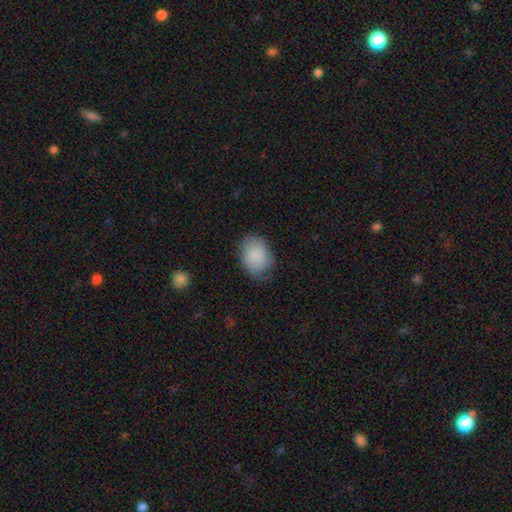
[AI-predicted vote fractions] Q: Smooth or featured?
A: smooth (83%); runner-up: featured or disk (10%)
Q: How rounded?
A: in between (71%); runner-up: round (28%)
Q: Merging?
A: none (61%); runner-up: minor disturbance (29%)